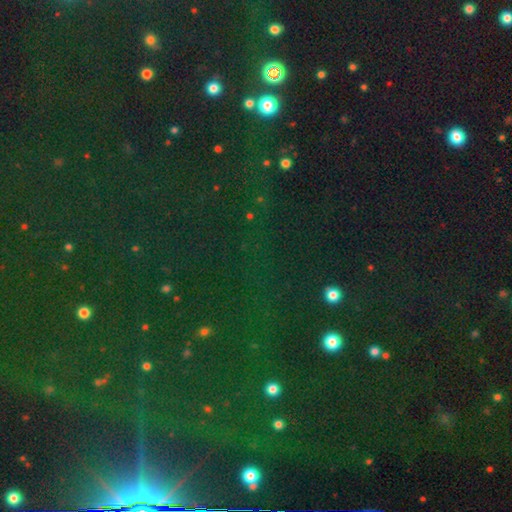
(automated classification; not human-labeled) smooth_or_featured: star or artifact (p=0.78) [alt: smooth p=0.14]